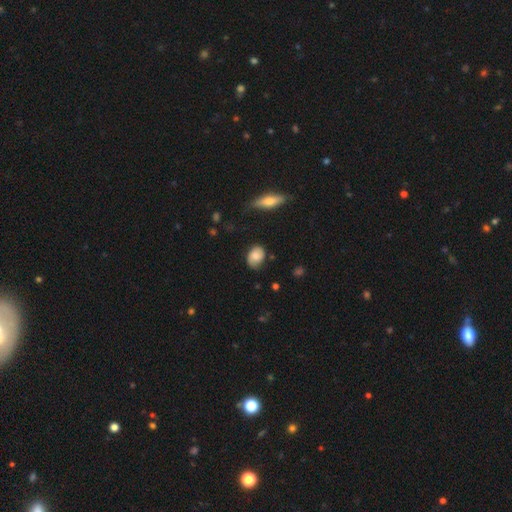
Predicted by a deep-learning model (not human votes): smooth_or_featured: smooth (p=0.65) [alt: featured or disk p=0.28]
how_rounded: in between (p=0.72) [alt: round p=0.27]
merging: none (p=0.69) [alt: minor disturbance p=0.24]